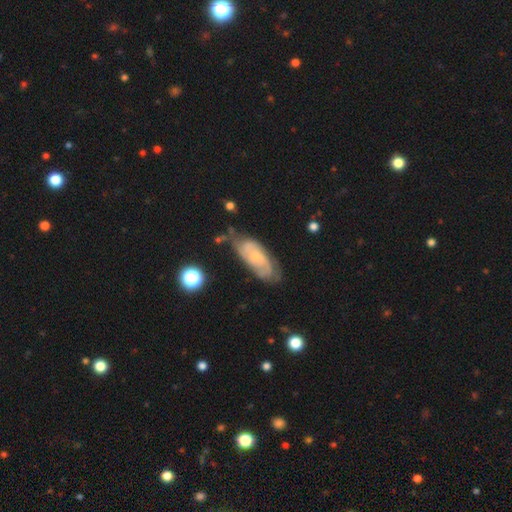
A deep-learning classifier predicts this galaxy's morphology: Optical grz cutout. It shows a featured or disk galaxy (70%) with no bar (71%), 2 (45%) tight (54%) spiral arms (87%) and a small central bulge (68%). Merging: none (59%).